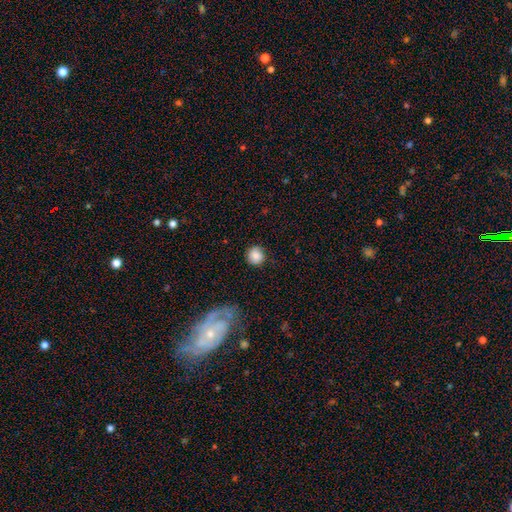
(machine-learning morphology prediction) Overall: smooth (81%). How rounded: round (91%). Merging: none (80%).